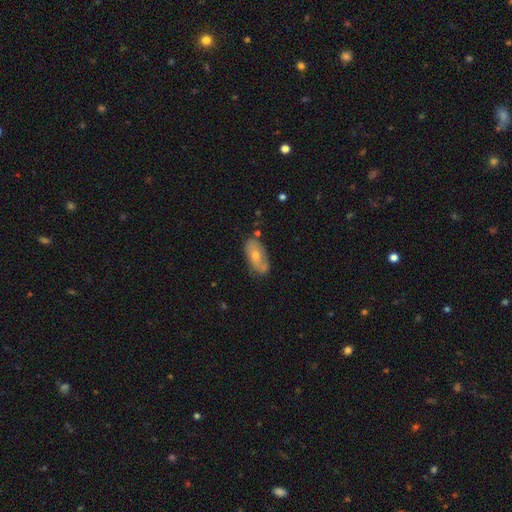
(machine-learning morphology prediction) Smooth or featured?
  - smooth: 58% *
  - featured or disk: 35%
  - star or artifact: 6%
How rounded?
  - in between: 88% *
  - cigar-shaped: 10%
  - round: 3%
Merging?
  - none: 67% *
  - minor disturbance: 24%
  - major disturbance: 6%
  - merger: 4%